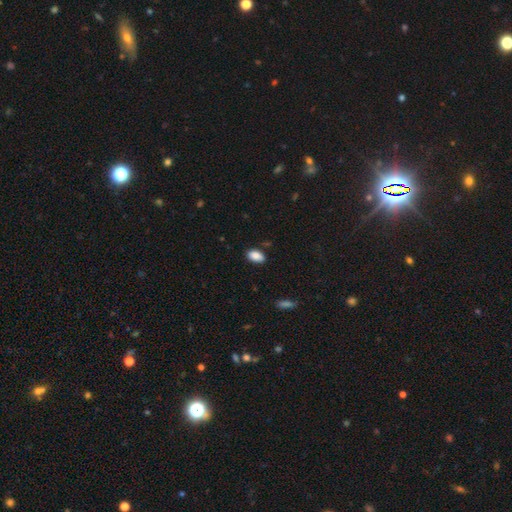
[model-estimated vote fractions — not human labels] This appears to be a smooth galaxy with no disk features (88%) that is in between round and cigar-shaped (92%). Merging: none (85%).